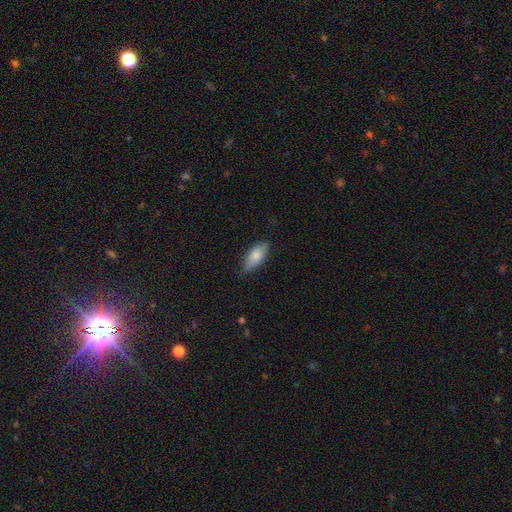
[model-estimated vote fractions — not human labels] Smooth or featured?
  - smooth: 75% *
  - featured or disk: 18%
  - star or artifact: 6%
How rounded?
  - in between: 79% *
  - cigar-shaped: 19%
  - round: 3%
Merging?
  - none: 74% *
  - minor disturbance: 21%
  - major disturbance: 3%
  - merger: 1%